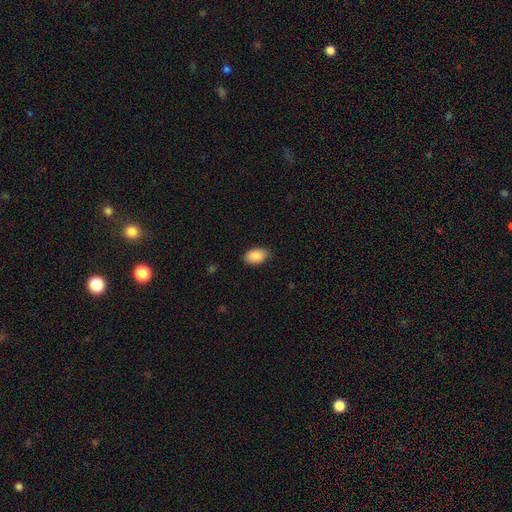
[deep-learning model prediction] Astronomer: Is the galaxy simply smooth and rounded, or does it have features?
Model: smooth — 89%.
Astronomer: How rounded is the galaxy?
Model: in between — 92%.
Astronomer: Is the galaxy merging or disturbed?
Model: none — 85%.